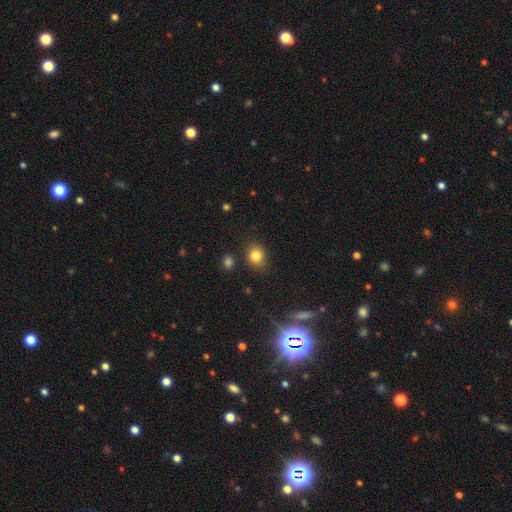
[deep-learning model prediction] Smooth or featured?
  - smooth: 82% *
  - star or artifact: 11%
  - featured or disk: 6%
How rounded?
  - round: 66% *
  - in between: 33%
  - cigar-shaped: 1%
Merging?
  - none: 82% *
  - minor disturbance: 12%
  - merger: 4%
  - major disturbance: 3%